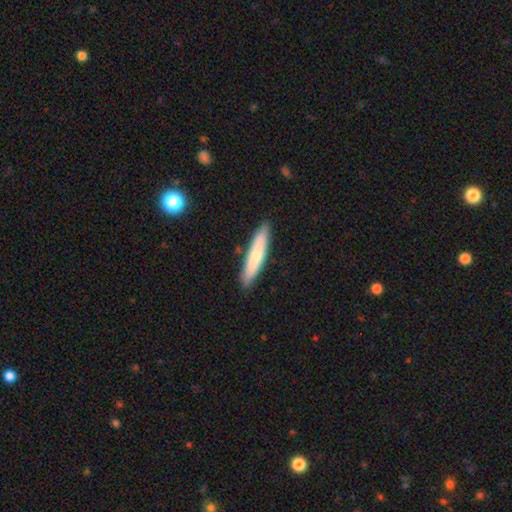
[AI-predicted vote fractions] Smooth or featured? Predicted: smooth (p=0.73). How rounded? Predicted: cigar-shaped (p=0.86). Merging? Predicted: none (p=0.88).